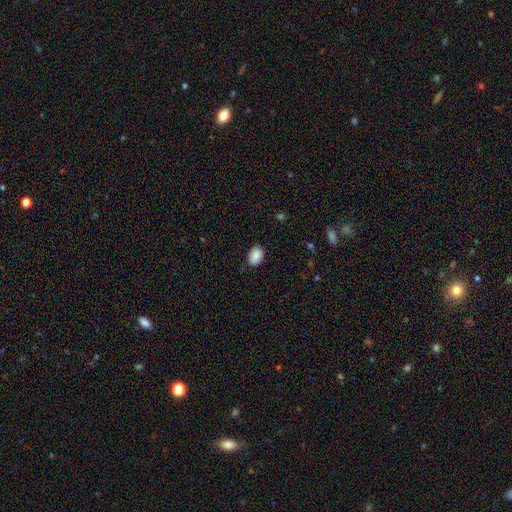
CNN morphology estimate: Smooth or featured: smooth — 89% (star or artifact — 7%)
How rounded: in between — 85% (round — 14%)
Merging: none — 82% (minor disturbance — 14%)